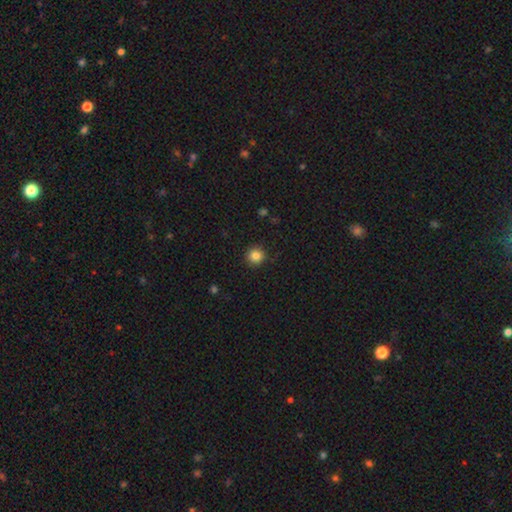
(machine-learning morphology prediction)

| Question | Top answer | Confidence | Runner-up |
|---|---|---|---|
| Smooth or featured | smooth | 85% | star or artifact (11%) |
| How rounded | round | 94% | in between (5%) |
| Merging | none | 91% | minor disturbance (6%) |